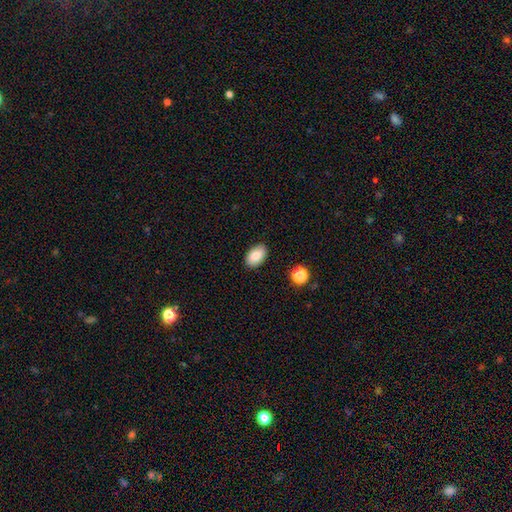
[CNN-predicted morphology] Smooth or featured?
  - smooth: 83% *
  - featured or disk: 10%
  - star or artifact: 8%
How rounded?
  - in between: 91% *
  - round: 8%
  - cigar-shaped: 1%
Merging?
  - none: 88% *
  - minor disturbance: 9%
  - major disturbance: 2%
  - merger: 1%